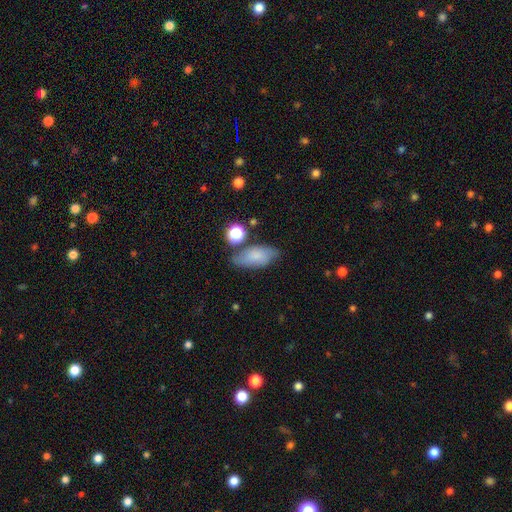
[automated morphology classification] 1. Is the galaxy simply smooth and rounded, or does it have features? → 73% smooth, 18% featured or disk, 9% star or artifact.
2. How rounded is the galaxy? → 86% in between, 10% cigar-shaped, 5% round.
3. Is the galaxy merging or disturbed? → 65% none, 21% minor disturbance, 8% merger, 6% major disturbance.